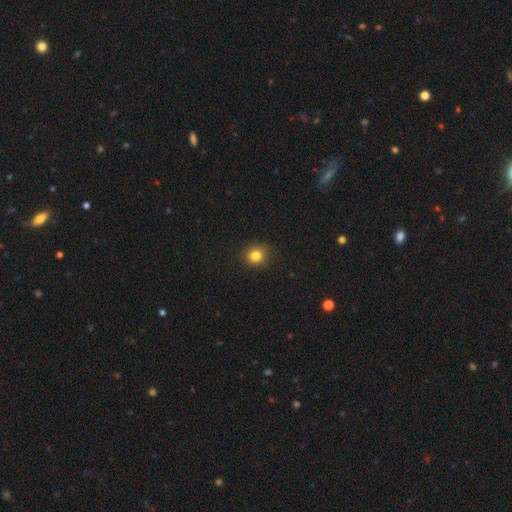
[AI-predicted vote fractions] Smooth or featured? smooth (82%)
How rounded? round (85%)
Merging? none (87%)